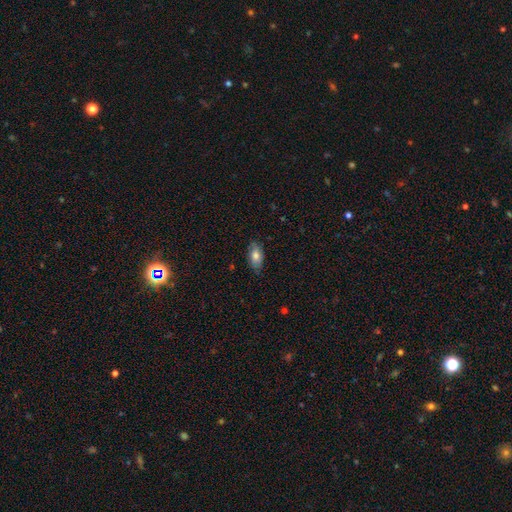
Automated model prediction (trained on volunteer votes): This appears to be a smooth galaxy with no disk features (74%) that is in between round and cigar-shaped (92%). Merging: none (80%).